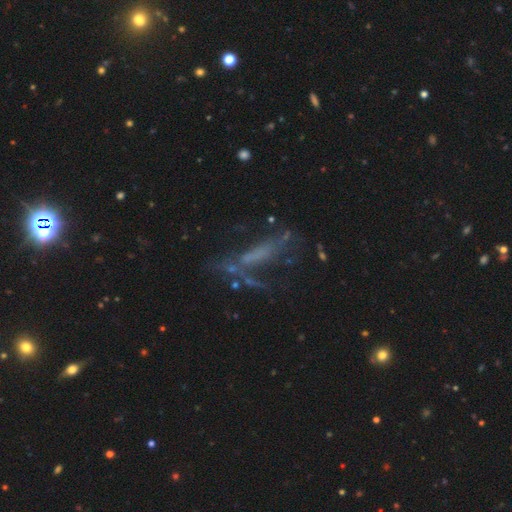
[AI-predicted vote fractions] The model was most divided on "merging": none: 41%, major disturbance: 33%, minor disturbance: 17%, merger: 9%. More confident: edge-on disk — no (72%); smooth or featured — featured or disk (53%).